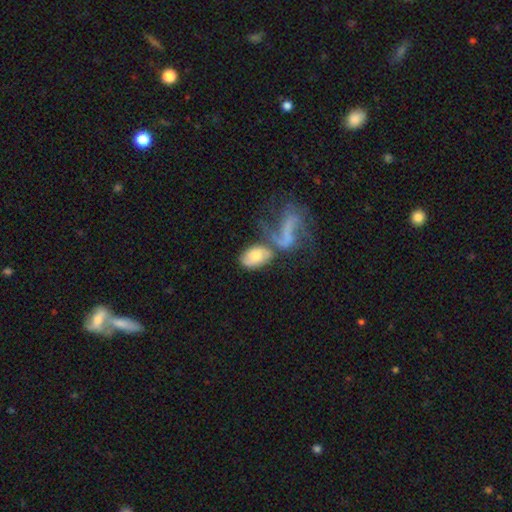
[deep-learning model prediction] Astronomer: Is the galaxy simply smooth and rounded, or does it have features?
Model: smooth — 57% (runner-up: featured or disk, 35%).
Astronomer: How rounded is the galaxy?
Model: in between — 91%.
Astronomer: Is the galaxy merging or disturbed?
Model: merger — 46% (runner-up: none, 27%).